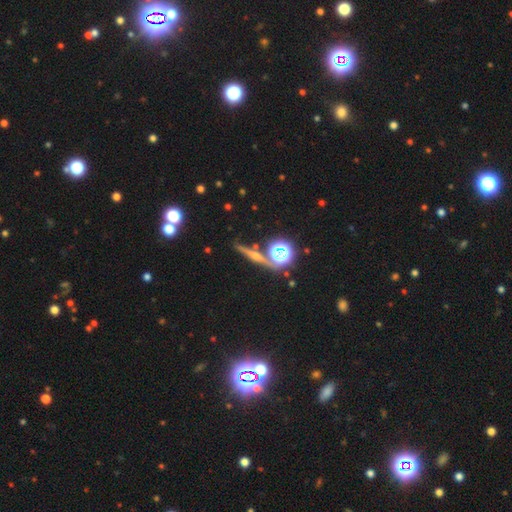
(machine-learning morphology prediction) Smooth or featured? Predicted: featured or disk (p=0.51). Edge-on disk? Predicted: yes (p=0.92). Merging? Predicted: none (p=0.80).